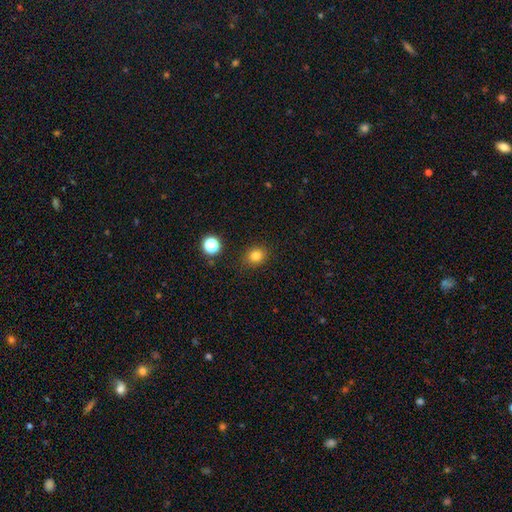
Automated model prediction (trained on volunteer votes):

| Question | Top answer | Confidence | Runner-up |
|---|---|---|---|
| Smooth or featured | smooth | 81% | star or artifact (14%) |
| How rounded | round | 72% | in between (27%) |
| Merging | none | 87% | minor disturbance (9%) |